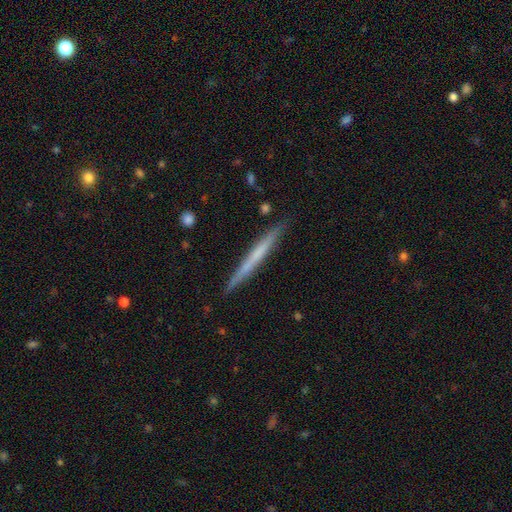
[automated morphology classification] A featured or disk galaxy (47%, tied with smooth). Merging: none (89%).